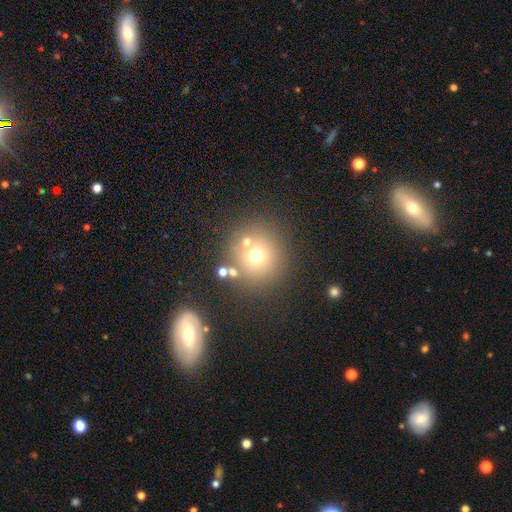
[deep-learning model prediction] smooth_or_featured: smooth (p=0.66) [alt: star or artifact p=0.18]
how_rounded: round (p=0.90) [alt: in between p=0.09]
merging: none (p=0.73) [alt: merger p=0.13]